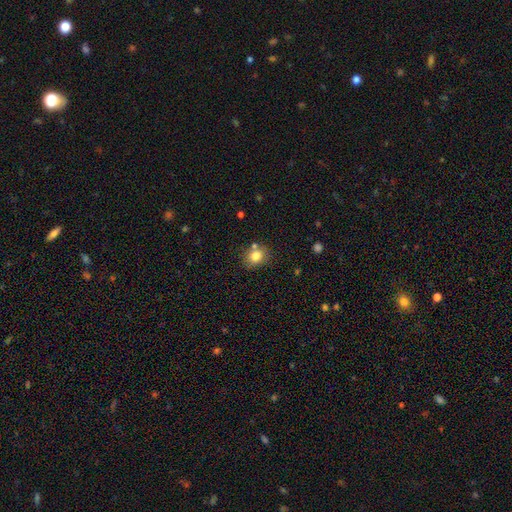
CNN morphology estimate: smooth 80%, star or artifact 11%, featured or disk 9%. Down the decision tree: how rounded — round (60%); merging — none (72%).